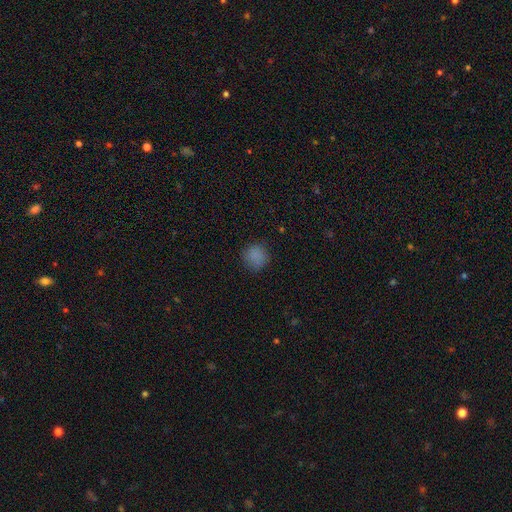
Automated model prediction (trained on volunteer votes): The model was most divided on "smooth or featured": smooth: 83%, star or artifact: 13%, featured or disk: 4%. More confident: how rounded — round (91%); merging — none (84%).